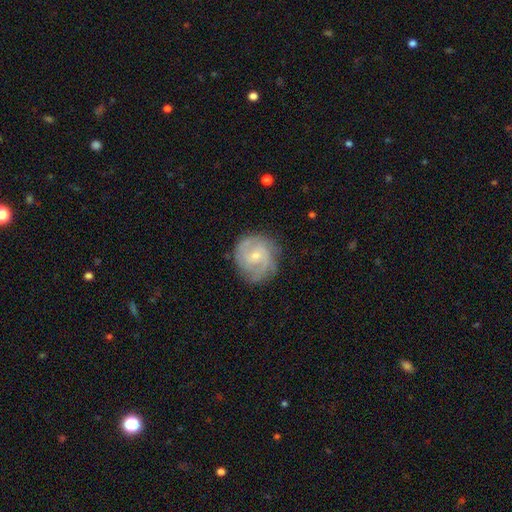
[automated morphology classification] A featured or disk galaxy (76%) with no bar (58%), 2 (28%) tight (51%) spiral arms (94%) and a small central bulge (65%). Merging: none (75%).